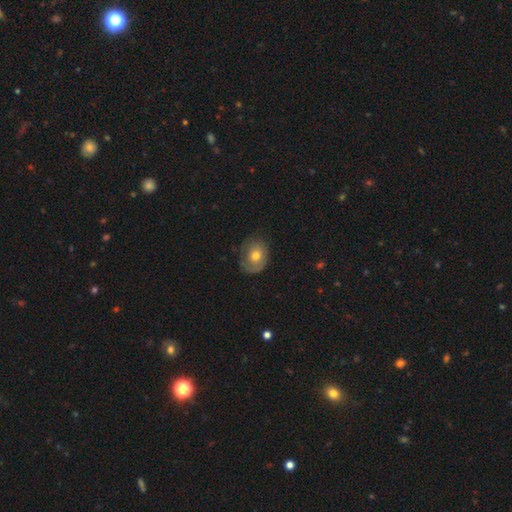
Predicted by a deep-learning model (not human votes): This appears to be a smooth galaxy with no disk features (61%) that is round (54%). Merging: none (62%).